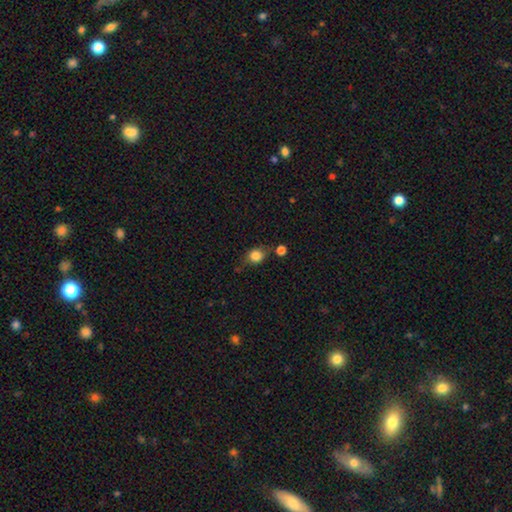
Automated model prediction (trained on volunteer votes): A smooth galaxy with no disk features (81%) that is round (62%). Merging: none (63%).